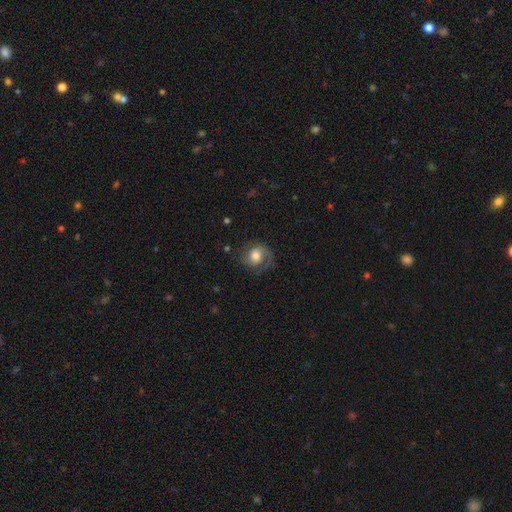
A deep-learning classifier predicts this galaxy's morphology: Smooth or featured? Predicted: featured or disk (p=0.62). Edge-on disk? Predicted: no (p=0.97). Bar? Predicted: no (p=0.65). Spiral arms? Predicted: yes (p=0.90). Spiral winding? Predicted: medium (p=0.42). Spiral arm count? Predicted: 2 (p=0.48). Bulge size? Predicted: moderate (p=0.63). Merging? Predicted: none (p=0.64).